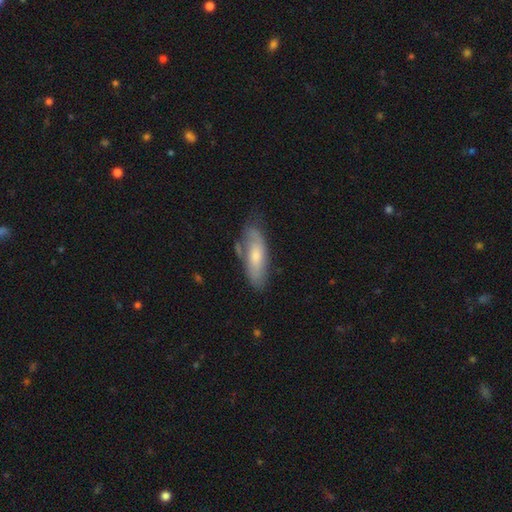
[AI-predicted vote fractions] The model was most divided on "smooth or featured": smooth: 56%, featured or disk: 37%, star or artifact: 6%. More confident: how rounded — in between (63%); merging — none (57%).